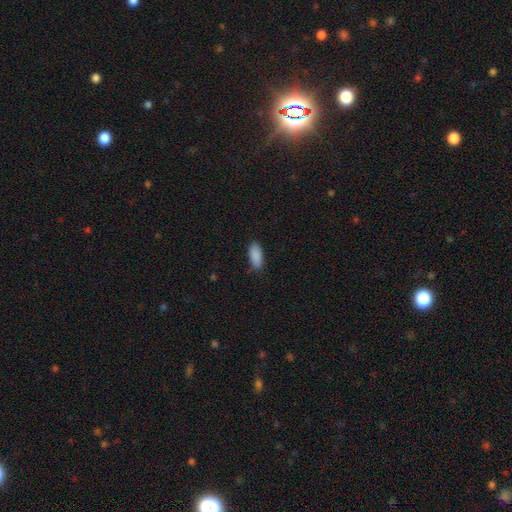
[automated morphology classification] smooth-or-featured: smooth: 90% | star or artifact: 7% | featured or disk: 3%
  how-rounded: in between: 84% | cigar-shaped: 15% | round: 2%
  merging: none: 84% | minor disturbance: 12% | major disturbance: 2% | merger: 1%